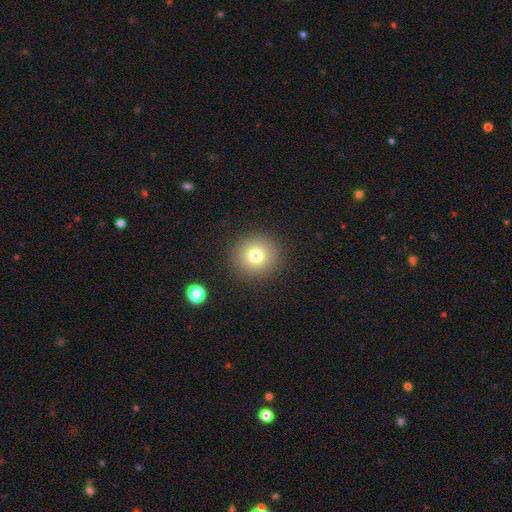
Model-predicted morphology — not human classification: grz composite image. It shows a smooth galaxy with no disk features (77%) that is round (93%). Merging: none (90%).